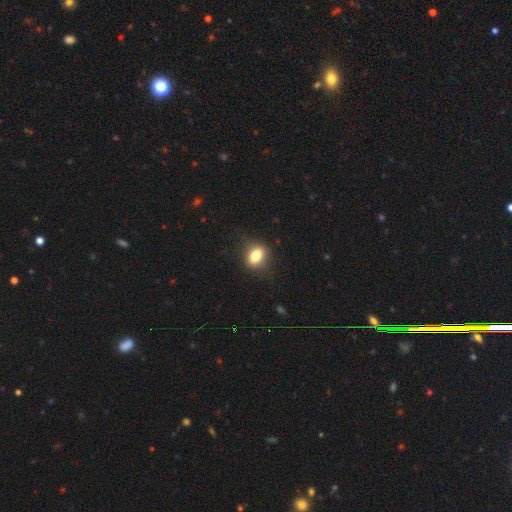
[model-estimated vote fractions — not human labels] Q: Smooth or featured?
A: smooth (80%); runner-up: featured or disk (11%)
Q: How rounded?
A: in between (71%); runner-up: round (26%)
Q: Merging?
A: none (81%); runner-up: minor disturbance (14%)